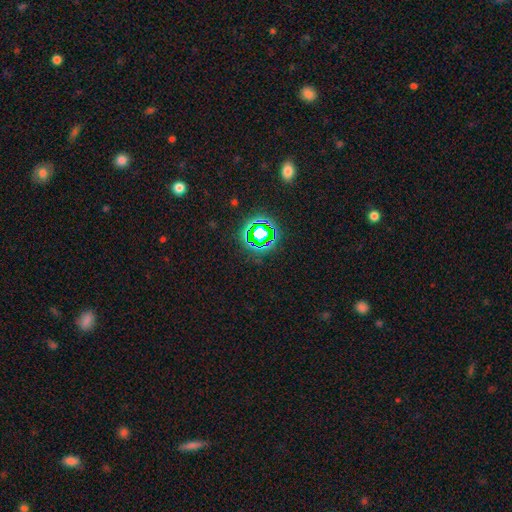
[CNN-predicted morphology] type=star or artifact (75%).